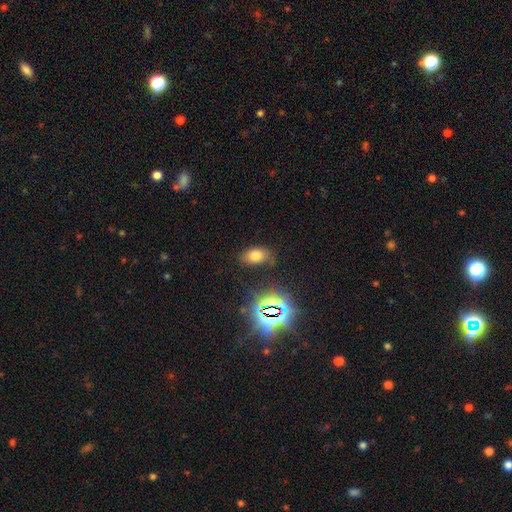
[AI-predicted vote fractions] A smooth galaxy with no disk features (69%) that is in between round and cigar-shaped (87%). Merging: none (77%).